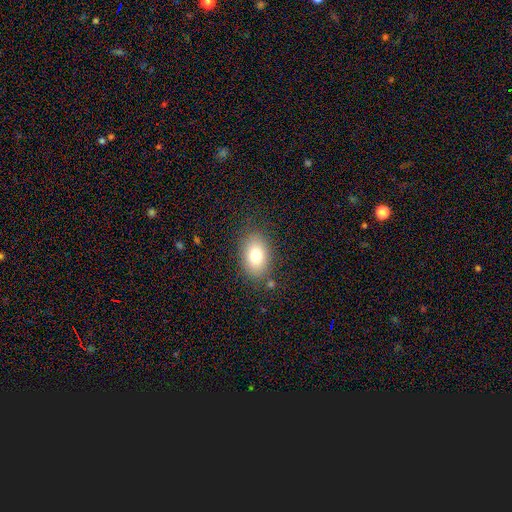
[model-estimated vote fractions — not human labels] smooth 78%, featured or disk 13%, star or artifact 10%. Down the decision tree: how rounded — in between (83%); merging — none (82%).